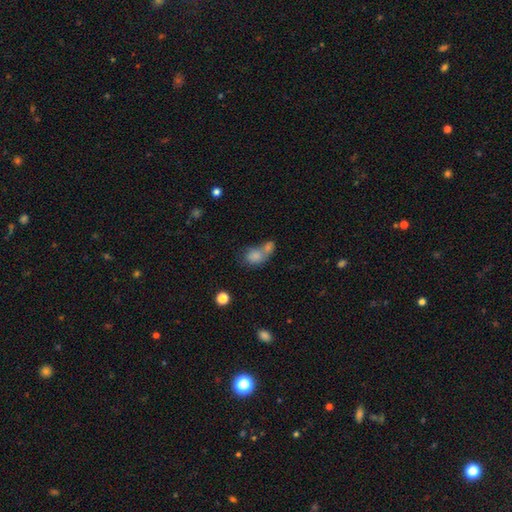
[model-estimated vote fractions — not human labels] smooth_or_featured: smooth (p=0.77) [alt: featured or disk p=0.13]
how_rounded: in between (p=0.59) [alt: round p=0.39]
merging: merger (p=0.67) [alt: none p=0.20]